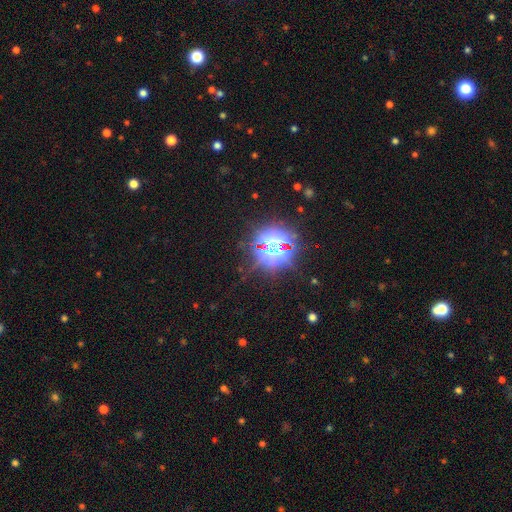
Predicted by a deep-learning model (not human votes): Q: Smooth or featured?
A: star or artifact (85%); runner-up: smooth (9%)